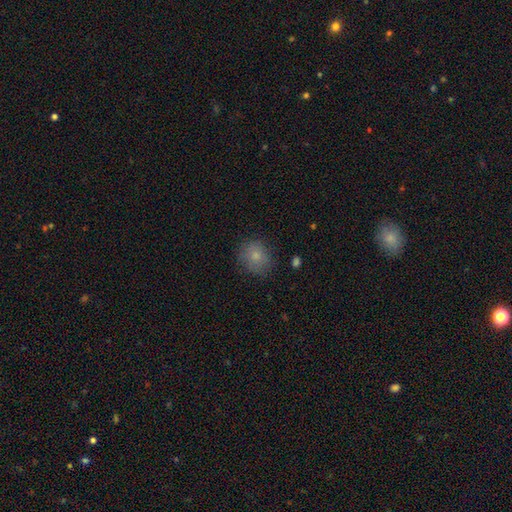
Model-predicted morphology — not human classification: Overall: smooth (80%). How rounded: round (77%). Merging: none (79%).